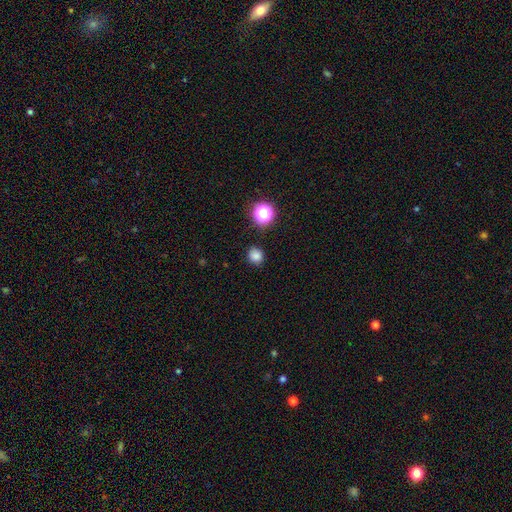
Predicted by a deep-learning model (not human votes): Smooth or featured? Predicted: smooth (p=0.81). How rounded? Predicted: round (p=0.81). Merging? Predicted: none (p=0.86).